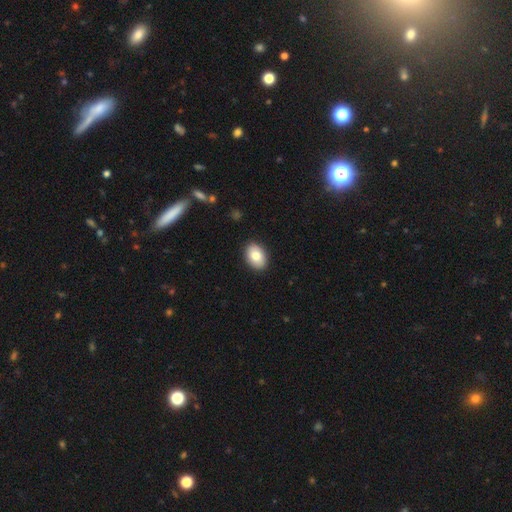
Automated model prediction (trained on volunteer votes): smooth_or_featured: smooth (p=0.81) [alt: featured or disk p=0.12]
how_rounded: in between (p=0.84) [alt: round p=0.15]
merging: none (p=0.89) [alt: minor disturbance p=0.08]